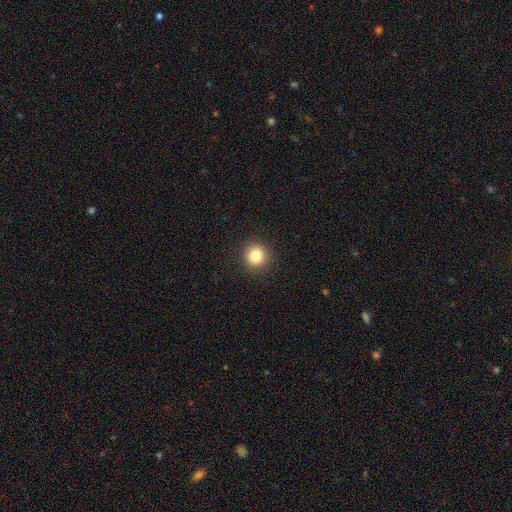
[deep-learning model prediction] Smooth or featured?
  - smooth: 84% *
  - star or artifact: 11%
  - featured or disk: 5%
How rounded?
  - round: 91% *
  - in between: 8%
  - cigar-shaped: 1%
Merging?
  - none: 91% *
  - minor disturbance: 6%
  - major disturbance: 2%
  - merger: 1%